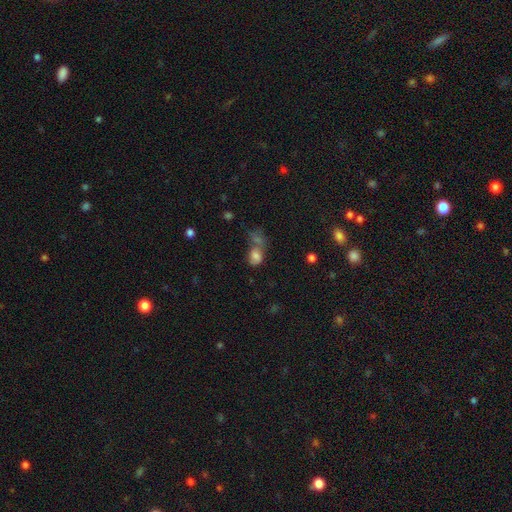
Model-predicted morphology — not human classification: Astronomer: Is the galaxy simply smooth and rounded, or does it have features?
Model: smooth — 75%.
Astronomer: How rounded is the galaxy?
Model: in between — 67%.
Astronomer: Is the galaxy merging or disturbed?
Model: merger — 50% (runner-up: none, 28%).